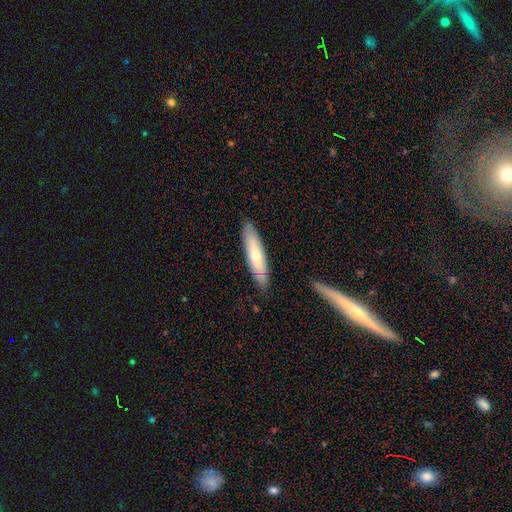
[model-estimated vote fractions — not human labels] This appears to be a smooth galaxy with no disk features (58%) that is cigar-shaped (77%). Merging: none (84%).